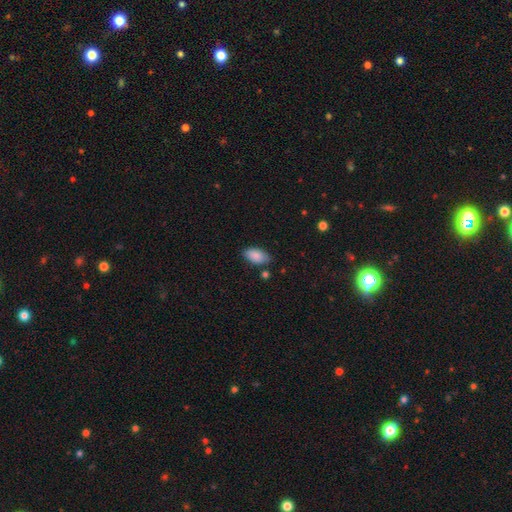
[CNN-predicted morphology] Smooth or featured?
  - smooth: 87% *
  - star or artifact: 7%
  - featured or disk: 6%
How rounded?
  - in between: 94% *
  - cigar-shaped: 3%
  - round: 3%
Merging?
  - none: 77% *
  - minor disturbance: 16%
  - merger: 3%
  - major disturbance: 3%